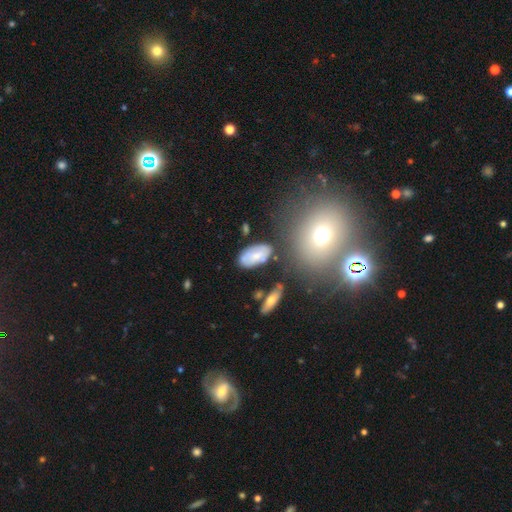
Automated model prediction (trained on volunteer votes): smooth 59%, featured or disk 33%, star or artifact 8%. Down the decision tree: how rounded — in between (93%); merging — none (67%).